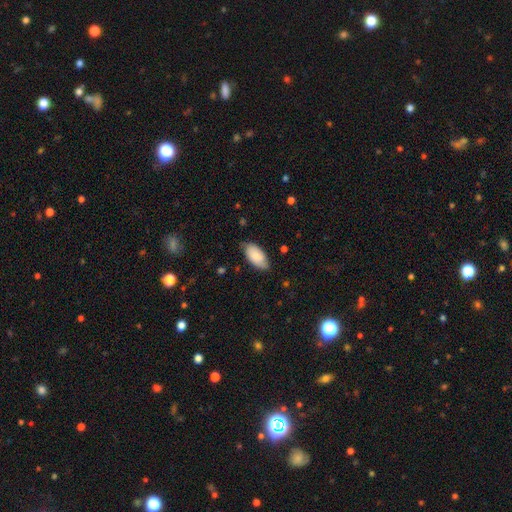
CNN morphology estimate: A smooth galaxy with no disk features (84%) that is in between round and cigar-shaped (94%).

Vote fractions:
- Smooth or featured? smooth: 84% / featured or disk: 10% / star or artifact: 6%
- How rounded? in between: 94% / cigar-shaped: 4% / round: 2%
- Merging? none: 75% / minor disturbance: 20% / major disturbance: 3% / merger: 1%